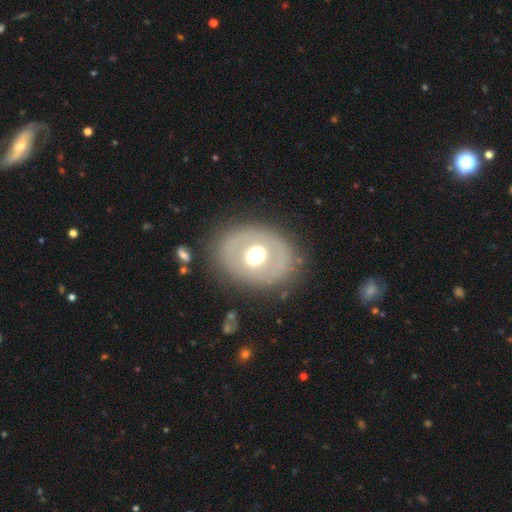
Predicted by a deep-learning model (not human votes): Overall: featured or disk (46%; smooth 45%). Merging: none (80%).